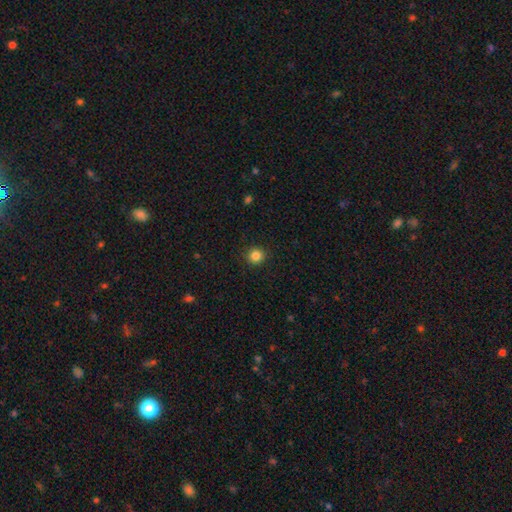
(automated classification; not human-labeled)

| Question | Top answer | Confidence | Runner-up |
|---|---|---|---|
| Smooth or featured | smooth | 85% | star or artifact (11%) |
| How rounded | round | 94% | in between (5%) |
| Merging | none | 92% | minor disturbance (5%) |